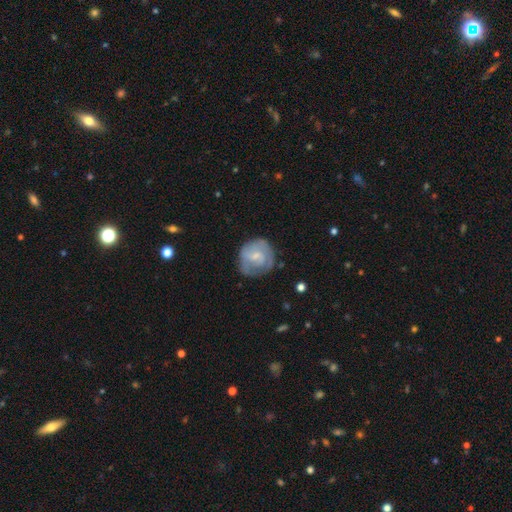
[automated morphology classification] A featured or disk galaxy (57%) with a weak bar (48%), spiral arms (78%) and a small central bulge (53%). Merging: none (60%).